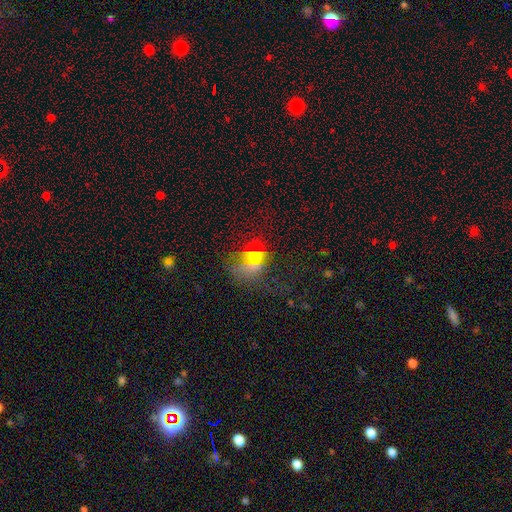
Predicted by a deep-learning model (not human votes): Overall: smooth (42%; star or artifact 34%). Merging: none (47%; merger 19%).